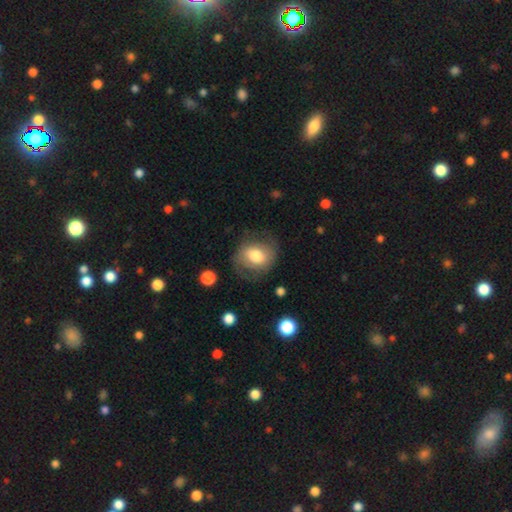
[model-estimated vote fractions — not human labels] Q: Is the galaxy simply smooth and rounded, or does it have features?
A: smooth — 60%.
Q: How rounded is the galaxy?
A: round — 60%.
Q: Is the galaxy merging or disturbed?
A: none — 66%.